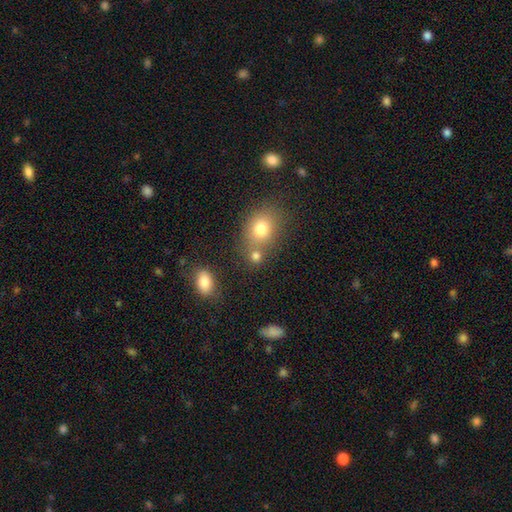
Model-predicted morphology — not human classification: Overall: smooth (77%). How rounded: round (64%; in between 34%). Merging: none (56%; merger 30%).